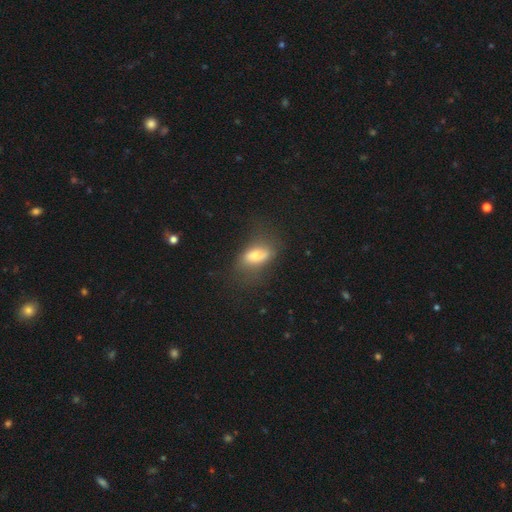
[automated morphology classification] Overall: smooth (60%; featured or disk 30%). How rounded: in between (83%). Merging: none (50%; minor disturbance 26%).